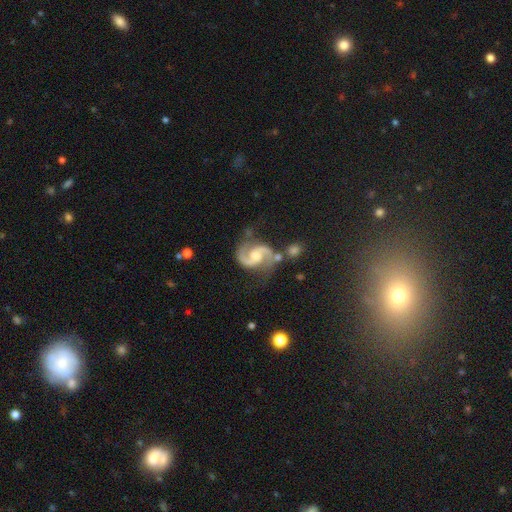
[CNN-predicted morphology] This appears to be a featured or disk galaxy (93%) with no bar (47%), 2 (95%) medium (64%) spiral arms (98%) and a moderate central bulge (57%). Merging: none (66%).